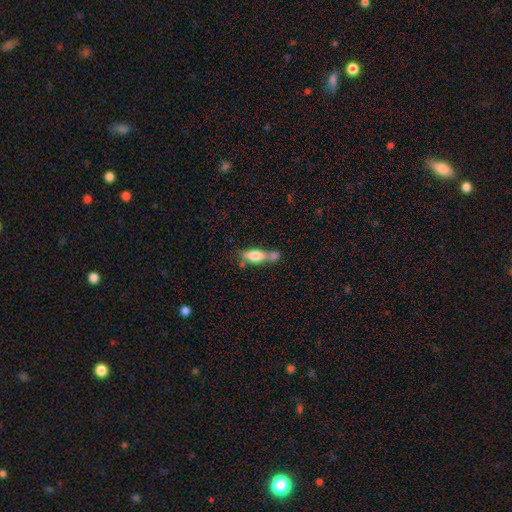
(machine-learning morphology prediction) Q: Smooth or featured?
A: smooth (71%); runner-up: featured or disk (22%)
Q: How rounded?
A: in between (66%); runner-up: cigar-shaped (30%)
Q: Merging?
A: merger (47%); runner-up: none (34%)